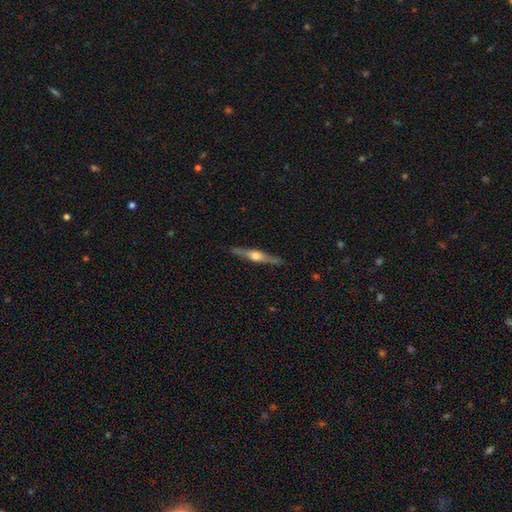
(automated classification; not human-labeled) A featured or disk galaxy (76%) viewed edge-on (98%) with a rounded central bulge (92%).

Vote fractions:
- Smooth or featured? featured or disk: 76% / smooth: 19% / star or artifact: 5%
- Edge-on disk? yes: 98% / no: 2%
- Edge-on bulge? rounded: 92% / boxy: 6% / none: 2%
- Merging? none: 89% / minor disturbance: 8% / major disturbance: 2% / merger: 1%